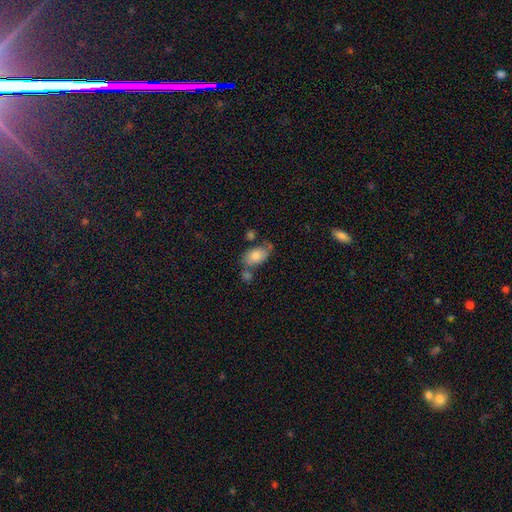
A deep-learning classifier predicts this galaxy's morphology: Smooth or featured? smooth (73%)
How rounded? in between (86%)
Merging? none (45%)